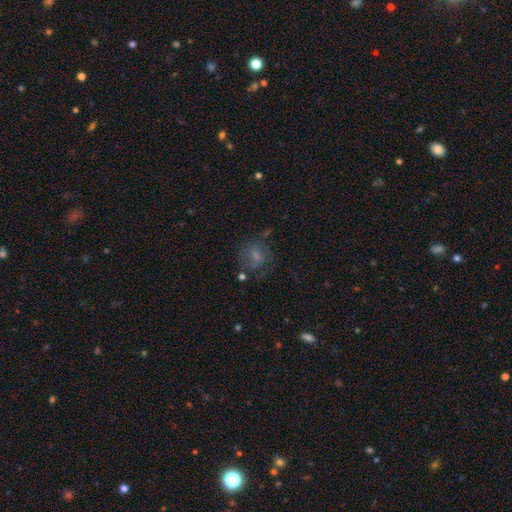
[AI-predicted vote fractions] This appears to be a smooth galaxy with no disk features (59%) that is round (69%). Merging: none (54%).